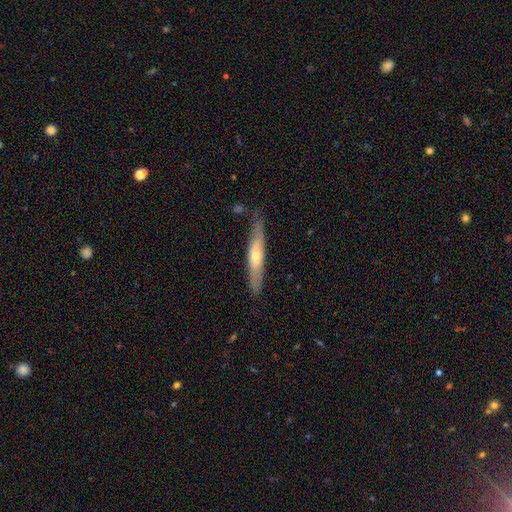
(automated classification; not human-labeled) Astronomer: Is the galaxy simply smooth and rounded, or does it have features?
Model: featured or disk — 48% (runner-up: smooth, 47%).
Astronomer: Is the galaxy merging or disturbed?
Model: none — 79%.